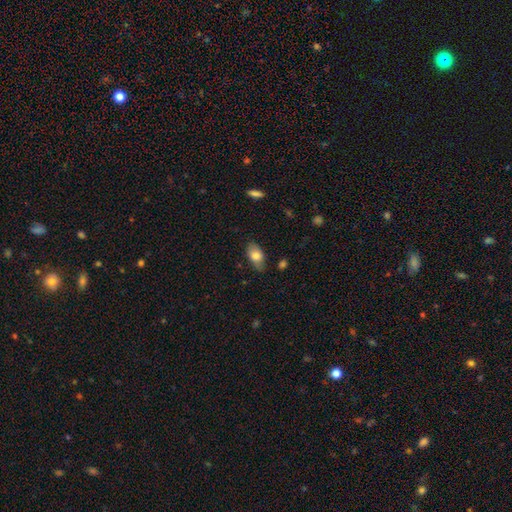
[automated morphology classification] A smooth galaxy with no disk features (79%) that is in between round and cigar-shaped (90%). Merging: none (75%).